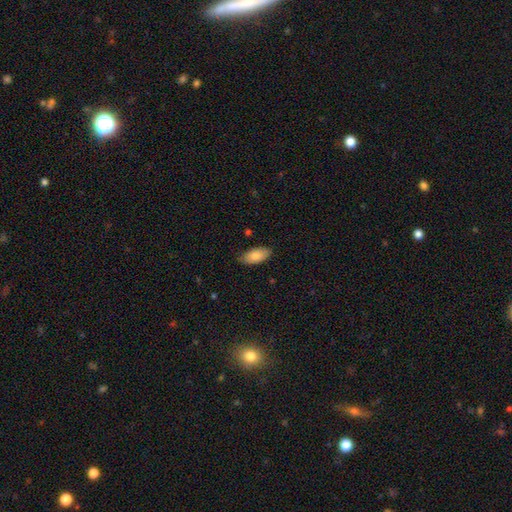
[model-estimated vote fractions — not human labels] Smooth or featured? smooth (83%)
How rounded? in between (92%)
Merging? none (82%)